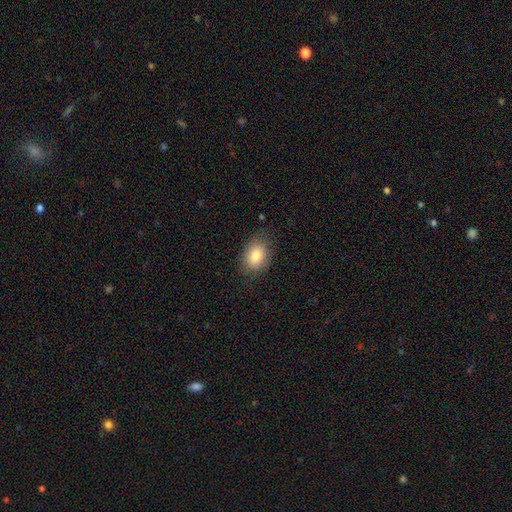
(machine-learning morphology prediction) This appears to be a smooth galaxy with no disk features (82%) that is in between round and cigar-shaped (75%). Merging: none (78%).